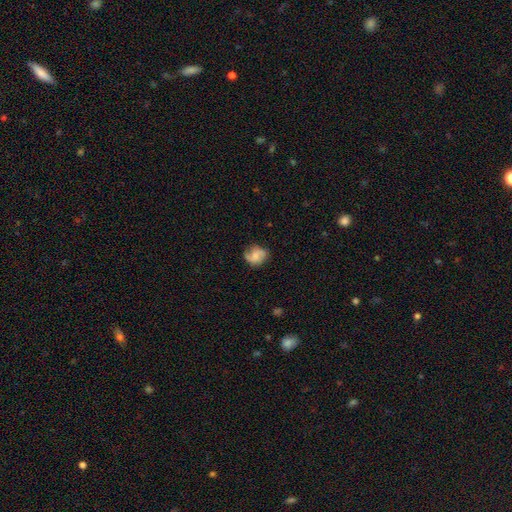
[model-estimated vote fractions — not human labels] smooth-or-featured: smooth: 50% | featured or disk: 42% | star or artifact: 9%
  merging: none: 61% | minor disturbance: 26% | major disturbance: 10% | merger: 2%